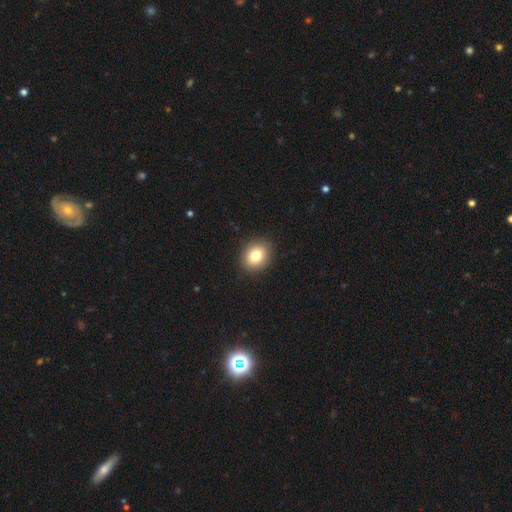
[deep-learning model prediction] The model was most divided on "how rounded": round: 51%, in between: 48%, cigar-shaped: 1%. More confident: merging — none (90%); smooth or featured — smooth (82%).